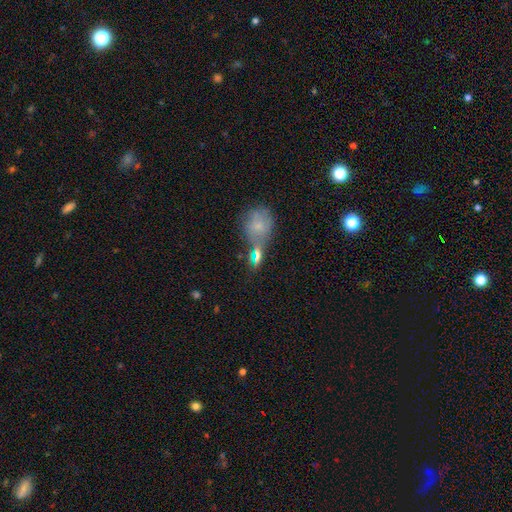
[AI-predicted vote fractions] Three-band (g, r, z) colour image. It shows a smooth galaxy with no disk features (58%) that is in between round and cigar-shaped (59%). Merging: none (52%).